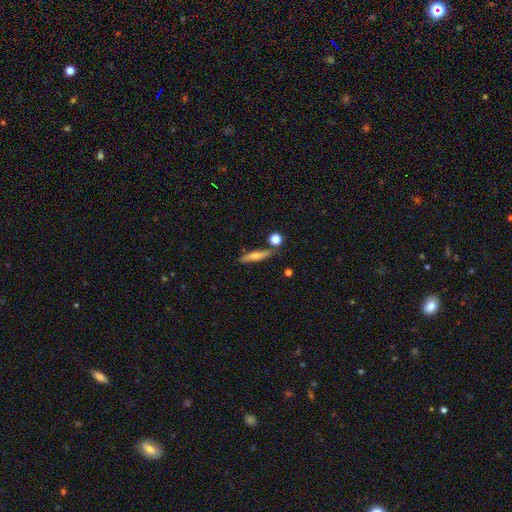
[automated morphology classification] This is likely a smooth galaxy (62%). How rounded: clearly cigar-shaped (81%). Merging: likely none (79%).